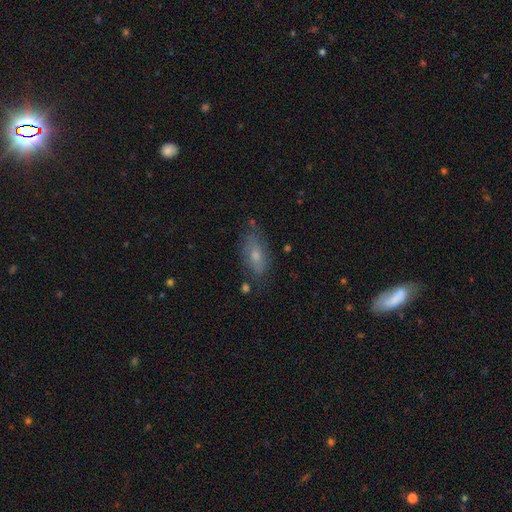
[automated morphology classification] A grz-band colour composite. It shows a smooth galaxy with no disk features (54%) that is in between round and cigar-shaped (81%). Merging: none (68%).